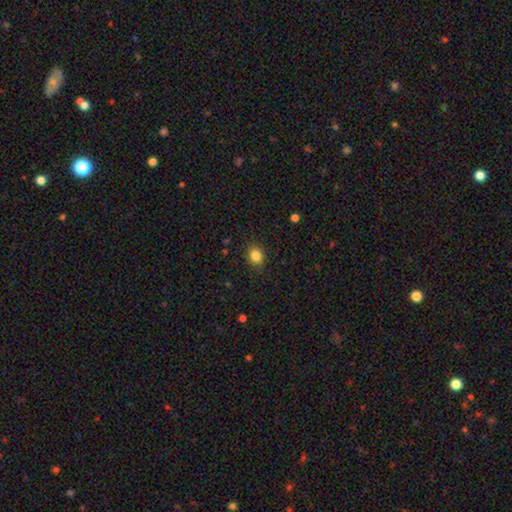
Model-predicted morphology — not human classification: This is clearly a smooth galaxy (84%). How rounded: likely round (65%). Merging: clearly none (88%).